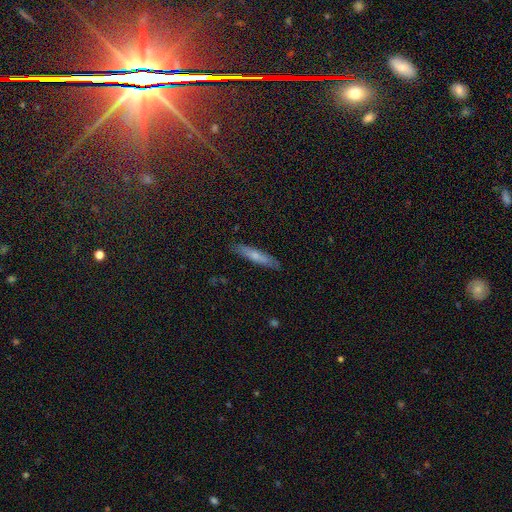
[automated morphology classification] A smooth galaxy with no disk features (60%) that is cigar-shaped (89%). Merging: none (87%).